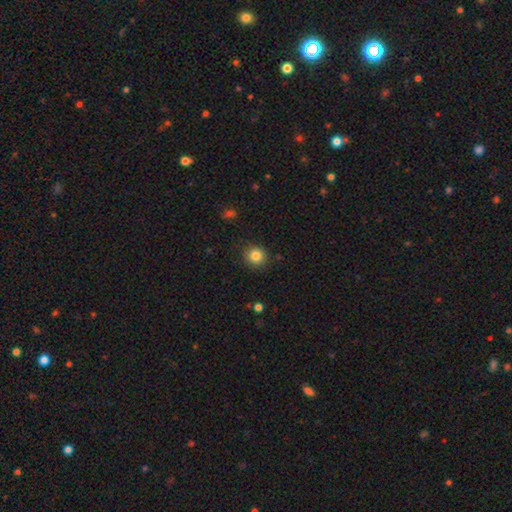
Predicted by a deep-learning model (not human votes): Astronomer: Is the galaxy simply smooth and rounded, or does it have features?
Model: smooth — 84%.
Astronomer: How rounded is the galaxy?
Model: round — 91%.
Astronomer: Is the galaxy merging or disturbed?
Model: none — 89%.